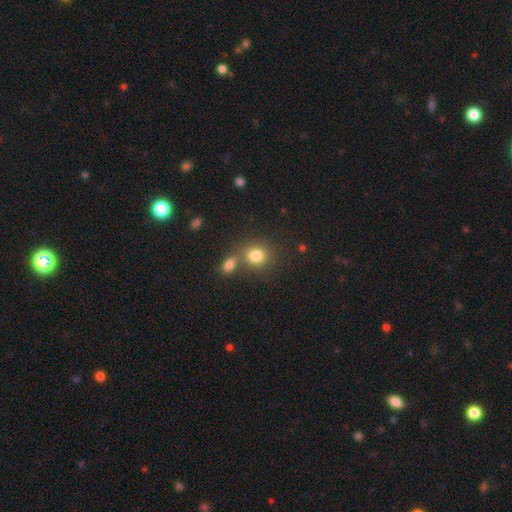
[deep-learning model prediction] Smooth or featured: smooth — 80% (star or artifact — 12%)
How rounded: round — 76% (in between — 23%)
Merging: none — 55% (merger — 31%)